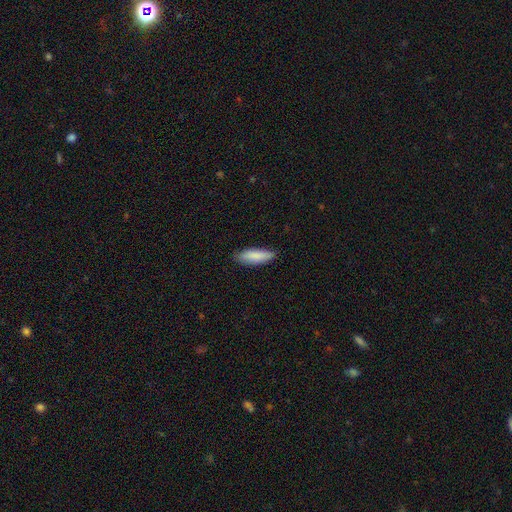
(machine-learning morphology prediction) Overall: smooth (86%). How rounded: in between (51%; cigar-shaped 48%). Merging: none (83%).